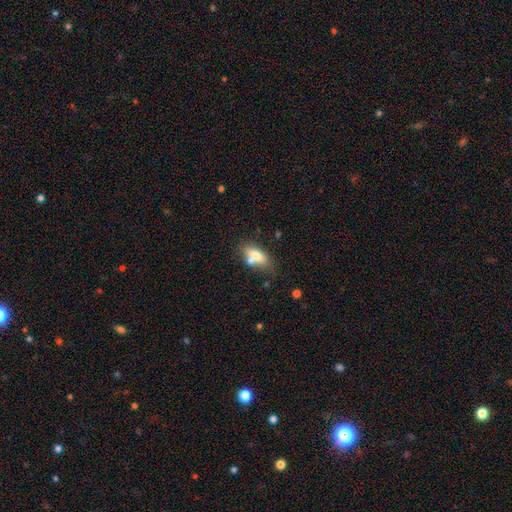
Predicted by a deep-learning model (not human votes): Overall: smooth (67%). How rounded: in between (78%). Merging: none (59%; merger 20%).